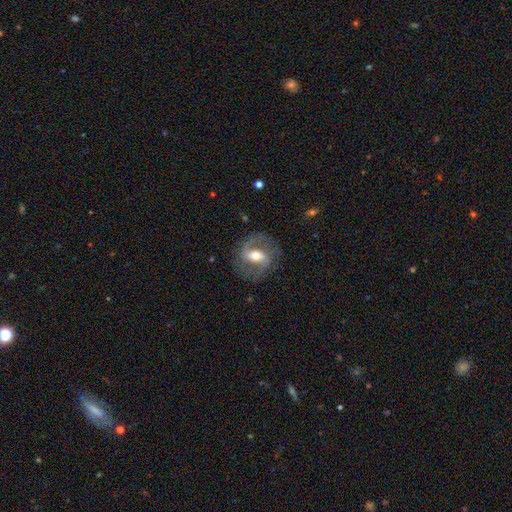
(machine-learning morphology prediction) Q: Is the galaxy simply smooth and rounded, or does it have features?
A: featured or disk — 79%.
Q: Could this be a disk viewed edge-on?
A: no — 96%.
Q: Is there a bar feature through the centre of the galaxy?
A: weak — 42%.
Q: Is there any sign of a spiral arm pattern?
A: yes — 89%.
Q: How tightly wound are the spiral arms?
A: medium — 52%.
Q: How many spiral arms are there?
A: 2 — 85%.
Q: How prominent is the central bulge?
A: moderate — 66%.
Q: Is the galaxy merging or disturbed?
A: none — 76%.